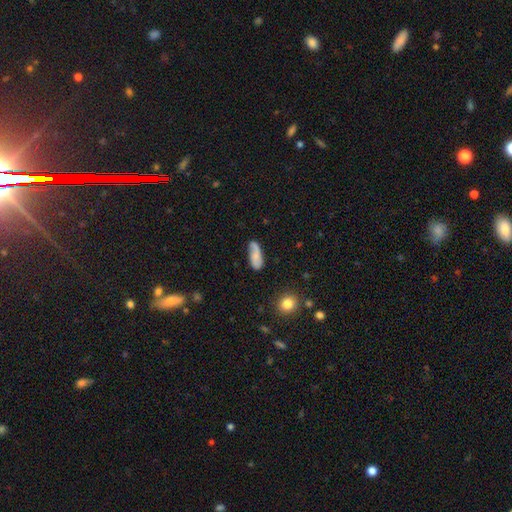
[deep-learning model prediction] smooth 59%, featured or disk 33%, star or artifact 7%. Down the decision tree: how rounded — in between (80%); merging — none (60%).